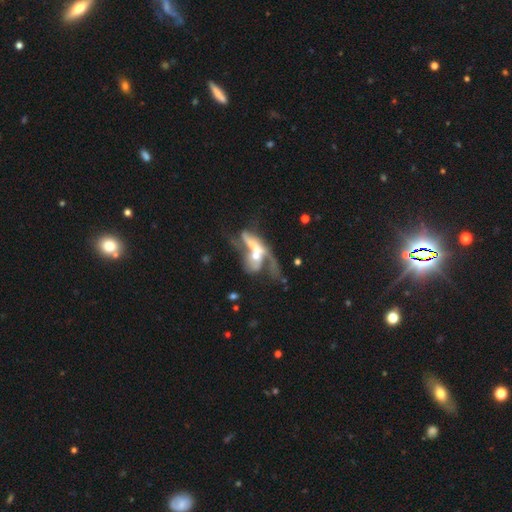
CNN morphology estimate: Smooth or featured: featured or disk — 61% (smooth — 29%)
Edge-on disk: no — 81% (yes — 19%)
Merging: merger — 62% (major disturbance — 19%)